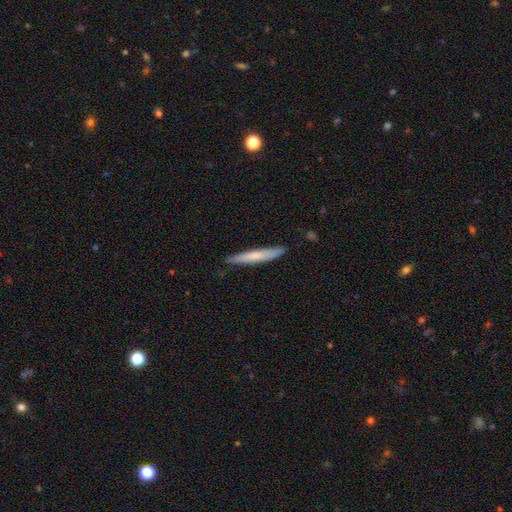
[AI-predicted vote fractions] Overall: smooth (66%; featured or disk 29%). How rounded: cigar-shaped (95%). Merging: none (86%).